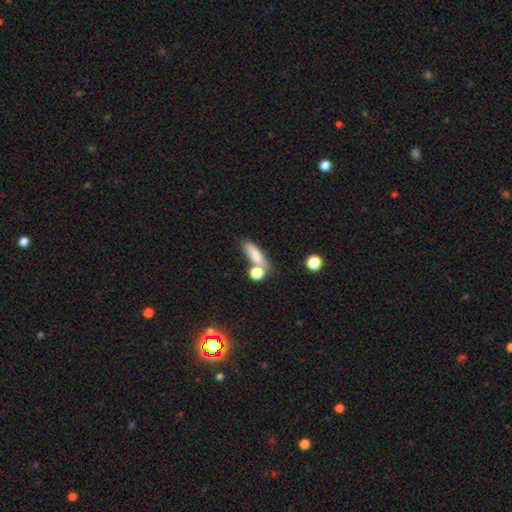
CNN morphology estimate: smooth 79%, featured or disk 11%, star or artifact 9%. Down the decision tree: how rounded — in between (49%); merging — none (53%).